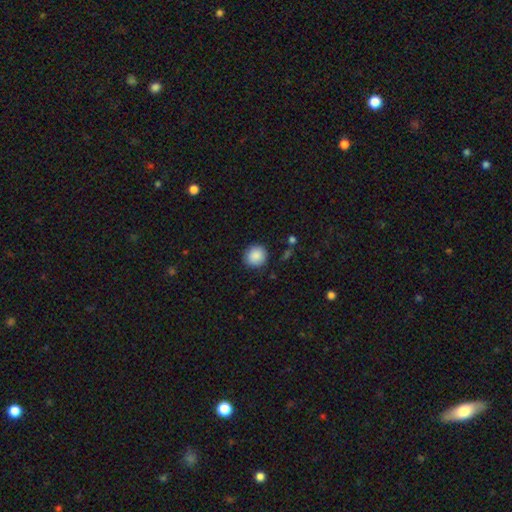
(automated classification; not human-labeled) Q: Smooth or featured?
A: smooth (89%); runner-up: star or artifact (8%)
Q: How rounded?
A: round (92%); runner-up: in between (7%)
Q: Merging?
A: none (89%); runner-up: minor disturbance (8%)